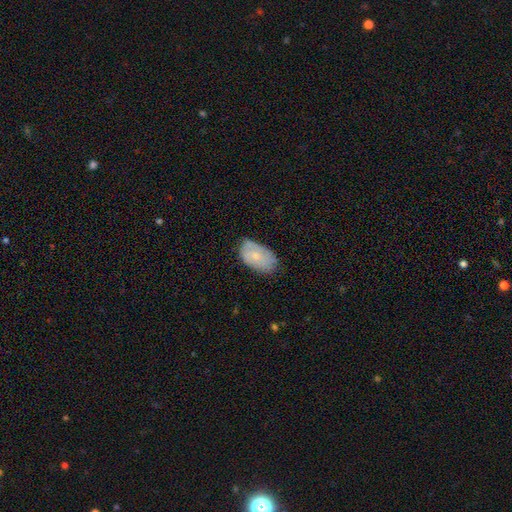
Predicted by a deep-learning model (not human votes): Smooth or featured: smooth — 63% (featured or disk — 30%)
How rounded: in between — 92% (round — 6%)
Merging: none — 63% (minor disturbance — 30%)